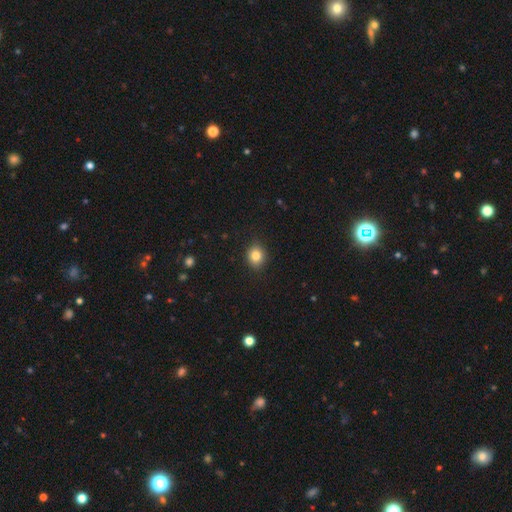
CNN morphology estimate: smooth 83%, star or artifact 10%, featured or disk 7%. Down the decision tree: how rounded — round (66%); merging — none (88%).